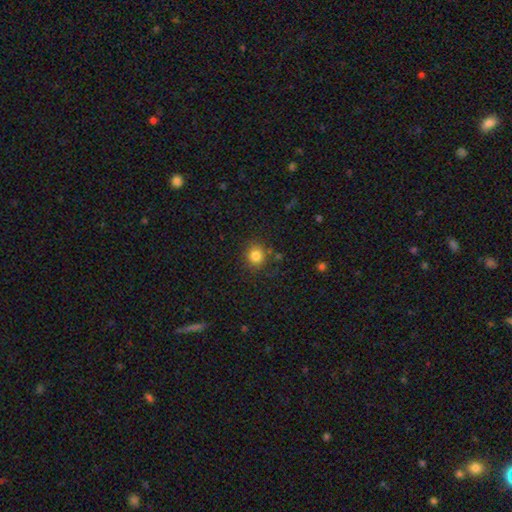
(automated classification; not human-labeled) Q: Smooth or featured?
A: smooth (83%); runner-up: star or artifact (12%)
Q: How rounded?
A: round (84%); runner-up: in between (15%)
Q: Merging?
A: none (83%); runner-up: minor disturbance (10%)